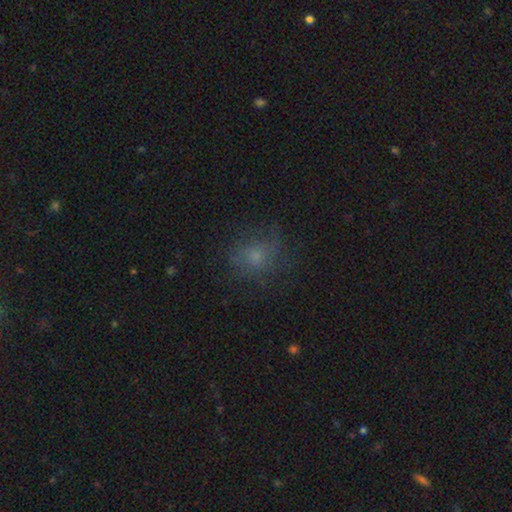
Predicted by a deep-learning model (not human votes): A smooth galaxy with no disk features (60%) that is round (72%). Merging: none (68%).